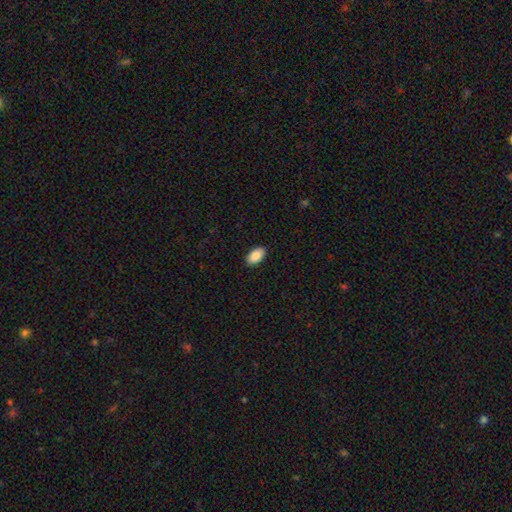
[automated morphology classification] Smooth or featured? smooth (88%)
How rounded? in between (95%)
Merging? none (90%)